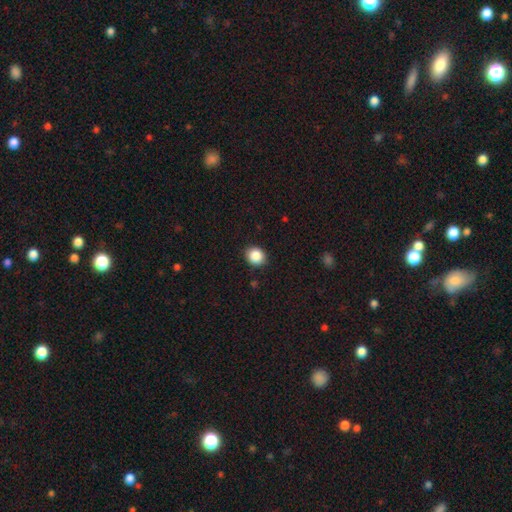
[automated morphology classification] smooth-or-featured: smooth: 87% | star or artifact: 9% | featured or disk: 4%
  how-rounded: round: 77% | in between: 22% | cigar-shaped: 1%
  merging: none: 89% | minor disturbance: 8% | major disturbance: 2% | merger: 1%